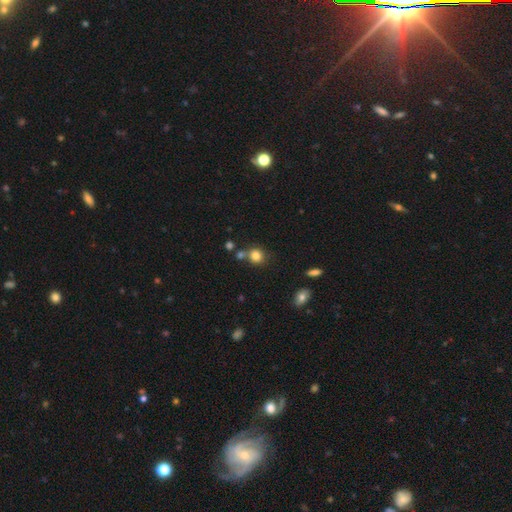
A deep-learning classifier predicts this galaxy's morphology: Smooth or featured: smooth — 82% (star or artifact — 12%)
How rounded: round — 84% (in between — 15%)
Merging: none — 66% (merger — 19%)